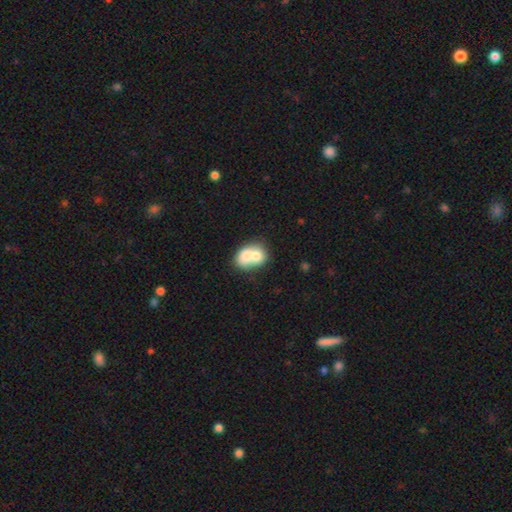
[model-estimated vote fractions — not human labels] A smooth galaxy with no disk features (68%) that is in between round and cigar-shaped (56%). Merging: merger (69%).